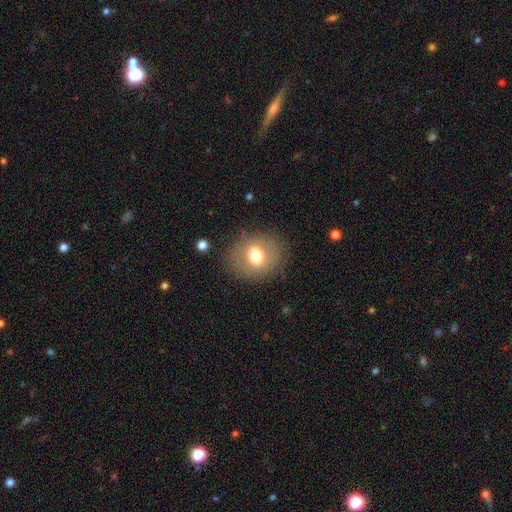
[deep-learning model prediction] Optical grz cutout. It shows a smooth galaxy with no disk features (68%) that is round (60%). Merging: none (81%).